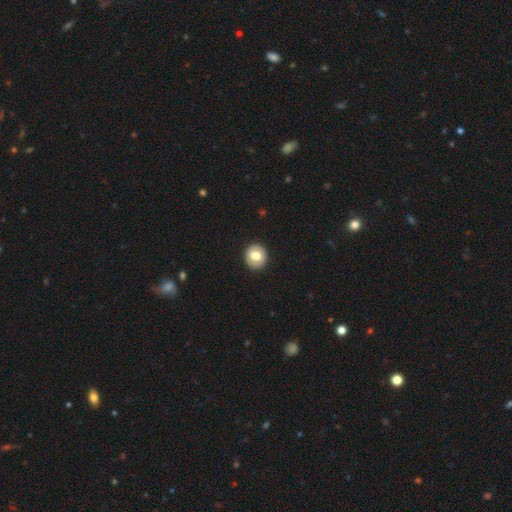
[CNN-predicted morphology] smooth 73%, featured or disk 20%, star or artifact 7%. Down the decision tree: how rounded — round (80%); merging — none (91%).